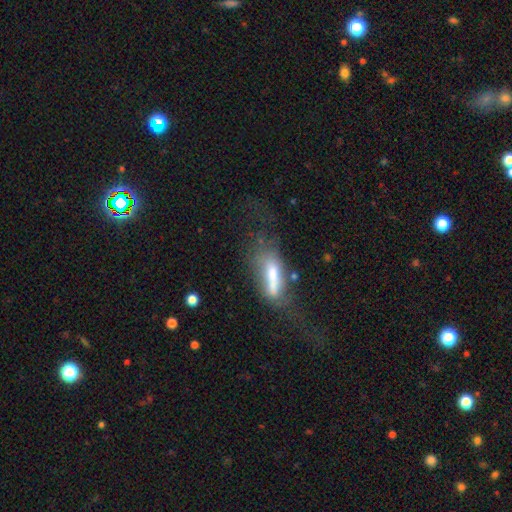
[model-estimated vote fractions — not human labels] smooth 48%, featured or disk 41%, star or artifact 11%. Down the decision tree: merging — major disturbance (41%).